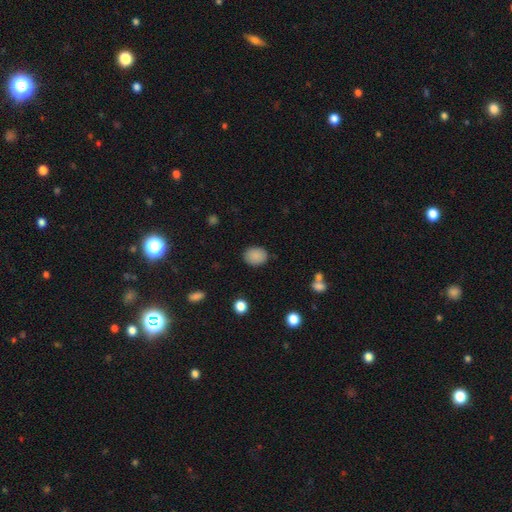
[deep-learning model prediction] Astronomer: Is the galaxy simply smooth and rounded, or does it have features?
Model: smooth — 87%.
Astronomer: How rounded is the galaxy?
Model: round — 51% (runner-up: in between, 48%).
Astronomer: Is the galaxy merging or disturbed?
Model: none — 86%.